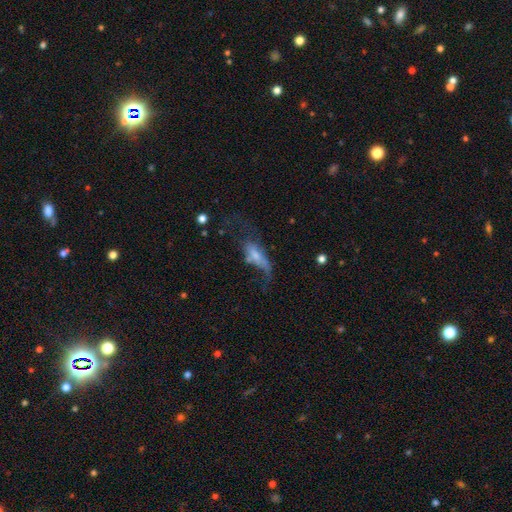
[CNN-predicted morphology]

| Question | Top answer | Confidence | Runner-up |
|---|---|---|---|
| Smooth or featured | featured or disk | 46% | smooth (45%) |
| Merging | major disturbance | 48% | none (22%) |